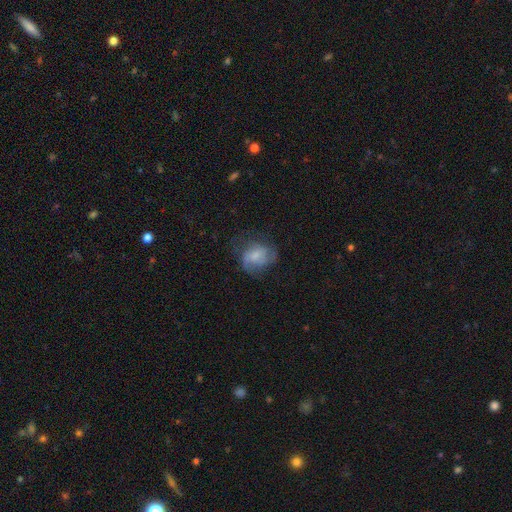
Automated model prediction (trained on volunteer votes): The model was most divided on "smooth or featured": featured or disk: 49%, smooth: 42%, star or artifact: 9%. Remaining: merging — none (49%).